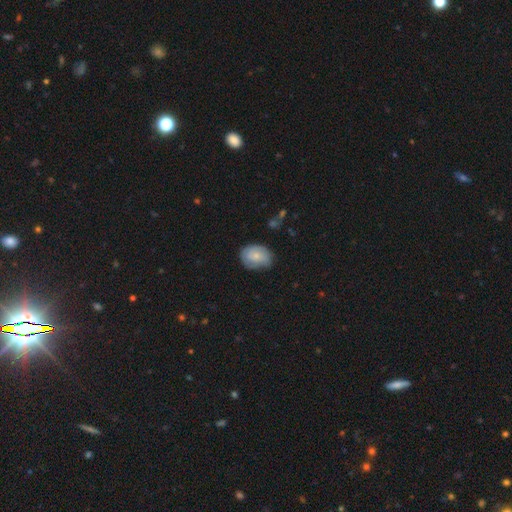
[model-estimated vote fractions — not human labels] This appears to be a smooth galaxy with no disk features (69%) that is in between round and cigar-shaped (68%). Merging: none (63%).